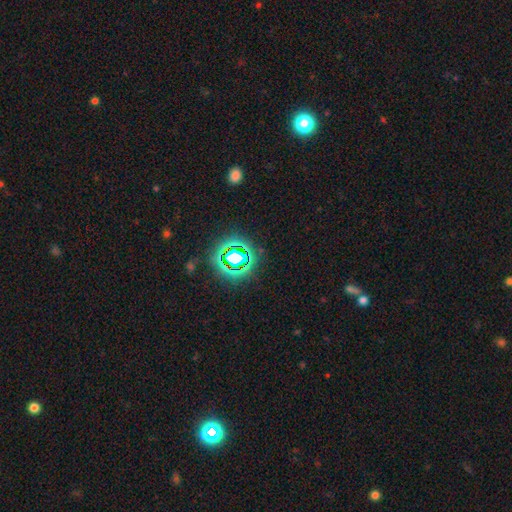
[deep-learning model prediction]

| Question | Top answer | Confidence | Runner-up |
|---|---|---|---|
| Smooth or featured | star or artifact | 69% | smooth (24%) |